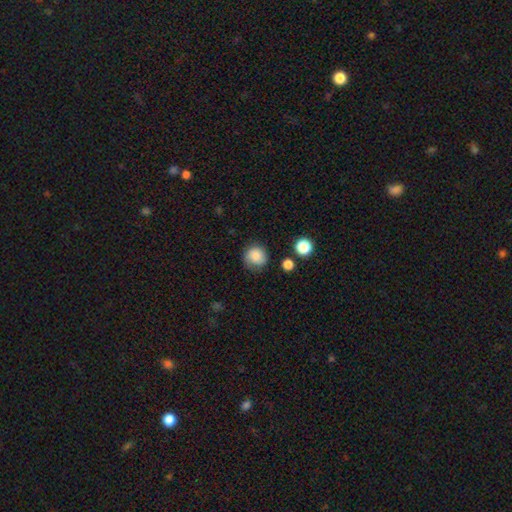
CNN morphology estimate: Smooth or featured?
  - smooth: 83% *
  - star or artifact: 10%
  - featured or disk: 8%
How rounded?
  - round: 89% *
  - in between: 11%
  - cigar-shaped: 1%
Merging?
  - none: 74% *
  - minor disturbance: 18%
  - major disturbance: 6%
  - merger: 3%